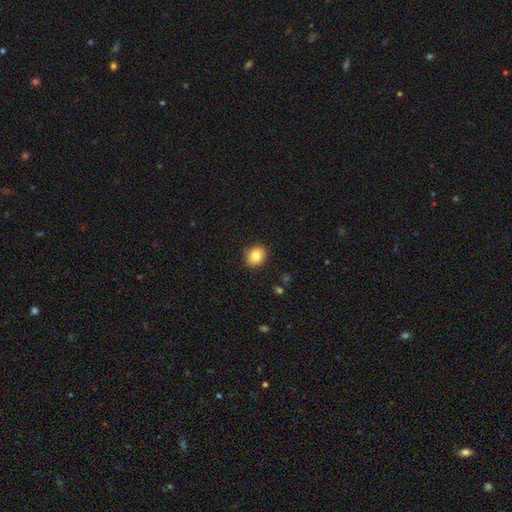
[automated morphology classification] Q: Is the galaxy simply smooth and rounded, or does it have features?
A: smooth — 84%.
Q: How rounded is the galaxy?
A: round — 60%.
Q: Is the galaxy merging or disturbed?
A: none — 89%.